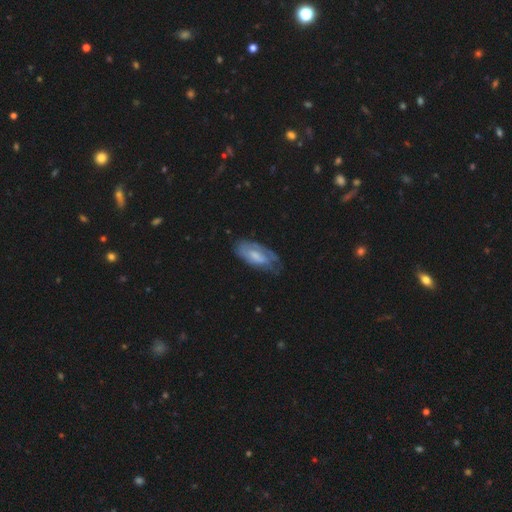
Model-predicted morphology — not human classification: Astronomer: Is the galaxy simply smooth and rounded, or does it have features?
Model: featured or disk — 54% (runner-up: smooth, 40%).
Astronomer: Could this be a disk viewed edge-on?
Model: no — 90%.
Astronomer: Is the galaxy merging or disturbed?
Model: none — 51% (runner-up: minor disturbance, 31%).